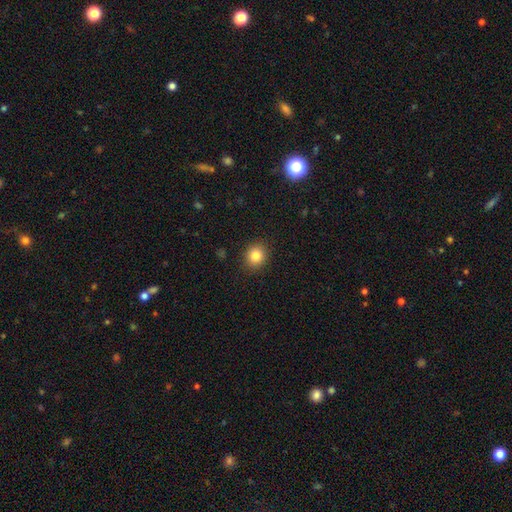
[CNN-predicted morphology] Smooth or featured? smooth (83%)
How rounded? round (79%)
Merging? none (90%)